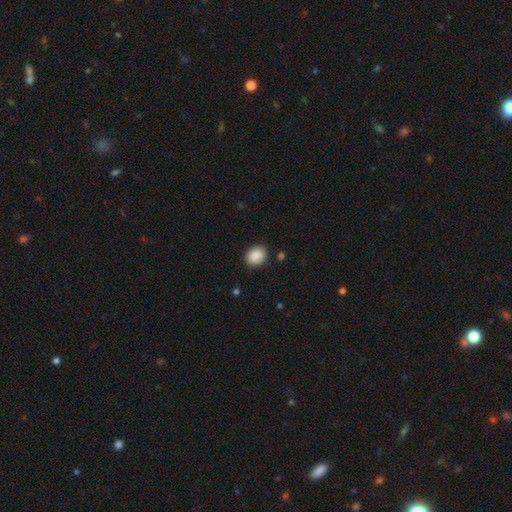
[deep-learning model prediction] This is clearly a smooth galaxy (89%). How rounded: possibly in between (59%). Merging: clearly none (86%).